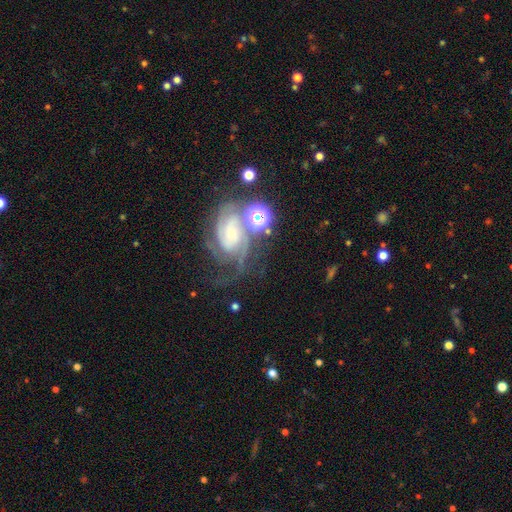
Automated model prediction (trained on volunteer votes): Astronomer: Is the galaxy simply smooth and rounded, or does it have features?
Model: featured or disk — 70%.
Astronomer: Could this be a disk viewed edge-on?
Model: no — 97%.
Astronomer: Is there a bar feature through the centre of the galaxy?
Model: no — 56% (runner-up: weak, 33%).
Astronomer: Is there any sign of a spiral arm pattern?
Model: yes — 92%.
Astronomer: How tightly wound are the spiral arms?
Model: tight — 54% (runner-up: medium, 35%).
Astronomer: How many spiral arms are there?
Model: can't tell — 30% (runner-up: 2, 29%).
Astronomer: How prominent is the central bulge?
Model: small — 57%.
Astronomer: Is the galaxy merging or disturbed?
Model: none — 50%.